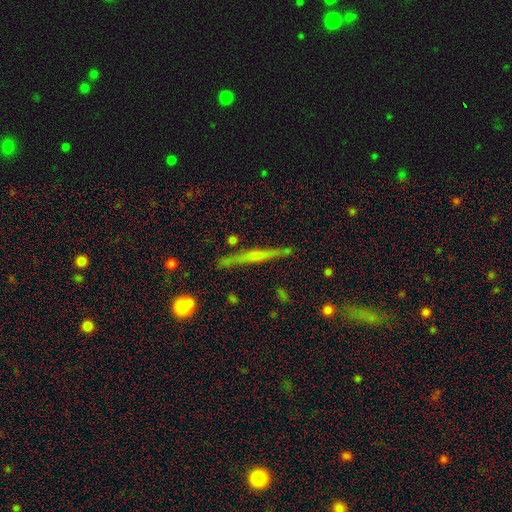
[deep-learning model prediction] This is likely a featured or disk galaxy (65%). It is clearly viewed edge-on (97%). Edge-on bulge: possibly rounded (56%). Merging: clearly none (85%).